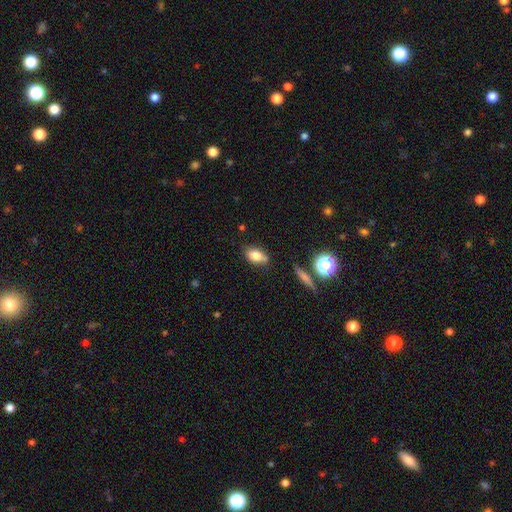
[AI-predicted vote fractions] This appears to be a smooth galaxy with no disk features (79%) that is in between round and cigar-shaped (84%). Merging: none (69%).